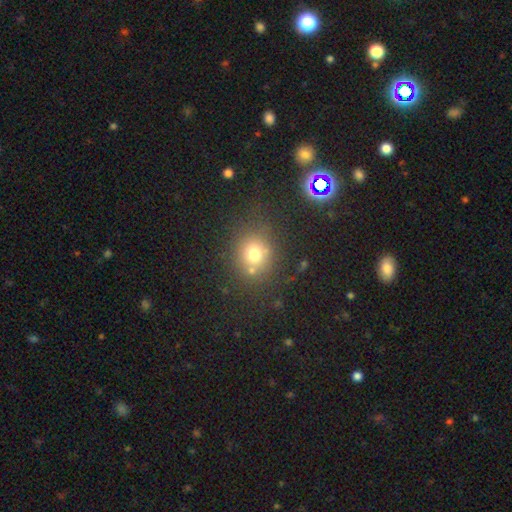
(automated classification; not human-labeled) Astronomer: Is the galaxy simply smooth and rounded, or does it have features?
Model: smooth — 73%.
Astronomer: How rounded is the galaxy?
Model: round — 80%.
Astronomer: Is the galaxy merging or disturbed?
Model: none — 73%.